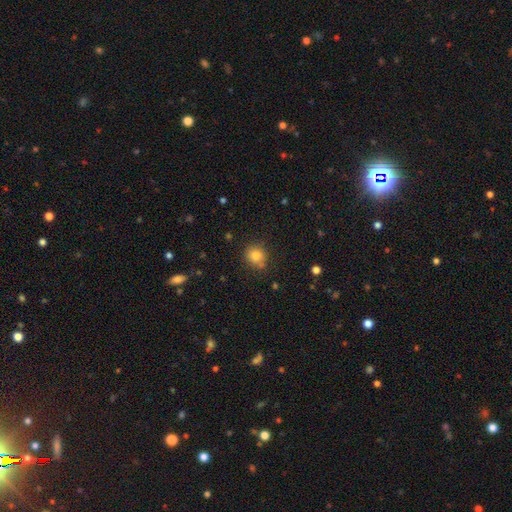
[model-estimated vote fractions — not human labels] Morphology: type=smooth (82%); roundness=round (80%); merging=none (75%).